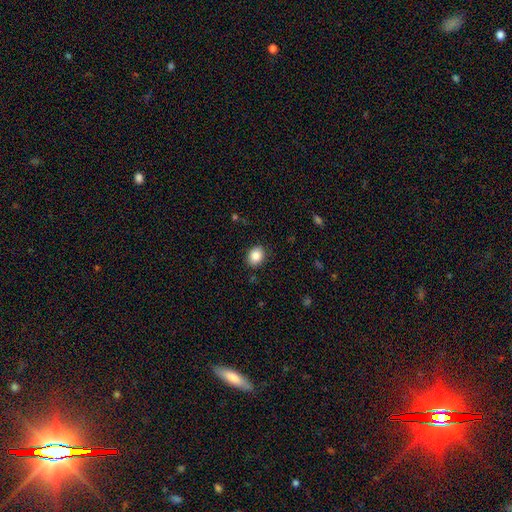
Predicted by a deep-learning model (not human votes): This is clearly a smooth galaxy (87%). How rounded: possibly in between (56%). Merging: clearly none (88%).